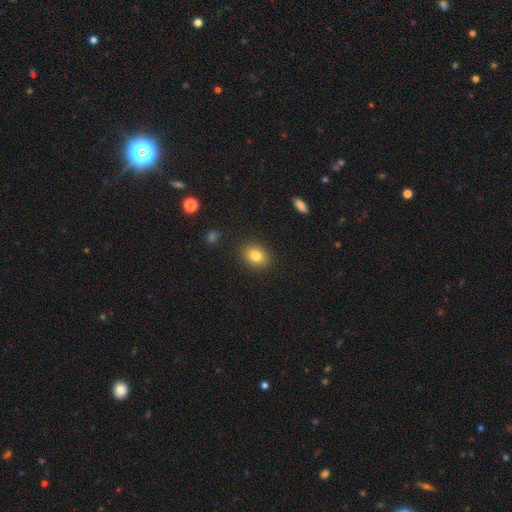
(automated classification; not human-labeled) The model was most divided on "how rounded": in between: 58%, round: 41%, cigar-shaped: 1%. More confident: merging — none (88%); smooth or featured — smooth (82%).